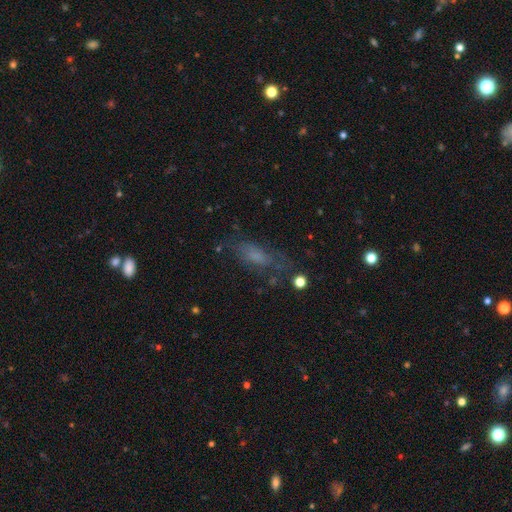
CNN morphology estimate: The model was most divided on "smooth or featured": smooth: 54%, featured or disk: 29%, star or artifact: 16%. More confident: how rounded — in between (70%); merging — none (56%).